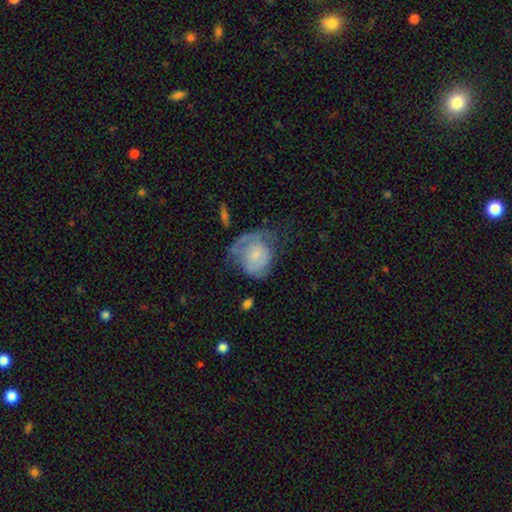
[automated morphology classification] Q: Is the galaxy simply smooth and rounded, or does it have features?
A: featured or disk — 48%.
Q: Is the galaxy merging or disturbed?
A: major disturbance — 37%.